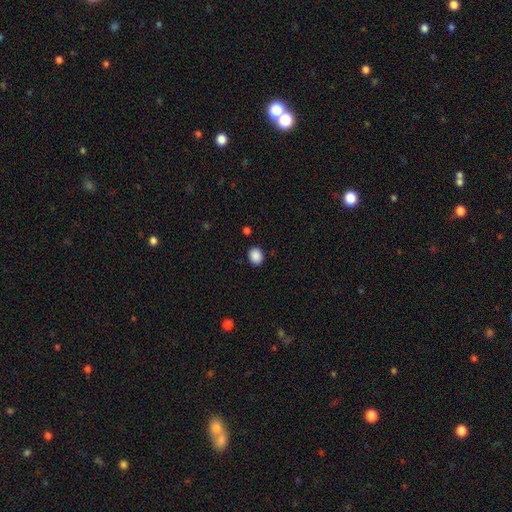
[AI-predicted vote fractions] Smooth or featured? smooth (89%)
How rounded? round (51%)
Merging? none (88%)